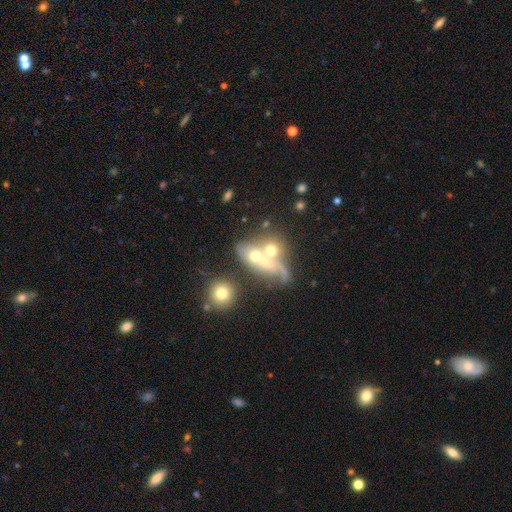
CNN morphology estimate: featured or disk 42% (tied), smooth 42% (tied), star or artifact 16%. Down the decision tree: merging — merger (62%).